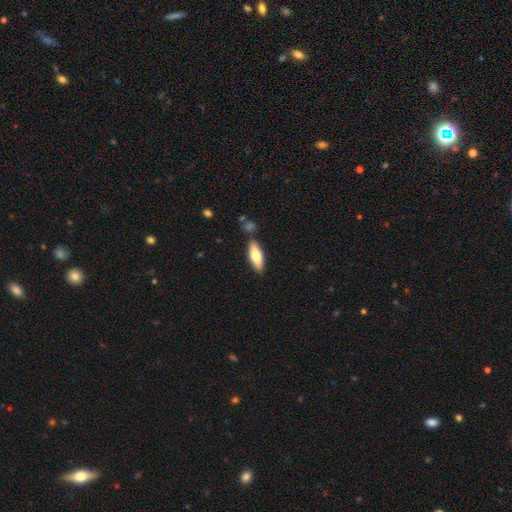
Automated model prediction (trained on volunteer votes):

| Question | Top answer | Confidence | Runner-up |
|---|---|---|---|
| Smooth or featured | smooth | 70% | featured or disk (24%) |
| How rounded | in between | 64% | cigar-shaped (34%) |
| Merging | none | 81% | minor disturbance (12%) |